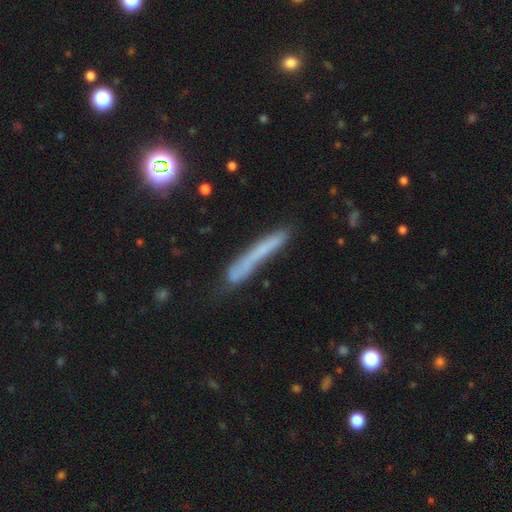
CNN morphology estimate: Smooth or featured?
  - smooth: 54% *
  - featured or disk: 33%
  - star or artifact: 13%
How rounded?
  - cigar-shaped: 95% *
  - in between: 3%
  - round: 2%
Merging?
  - none: 70% *
  - minor disturbance: 20%
  - major disturbance: 6%
  - merger: 4%